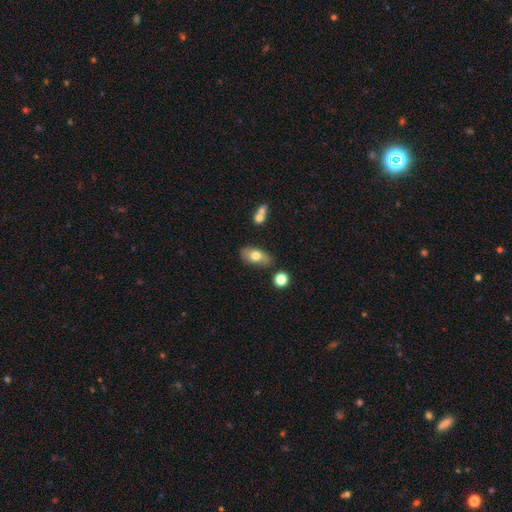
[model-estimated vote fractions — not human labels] This is likely a smooth galaxy (72%). How rounded: clearly in between (89%). Merging: likely none (73%).